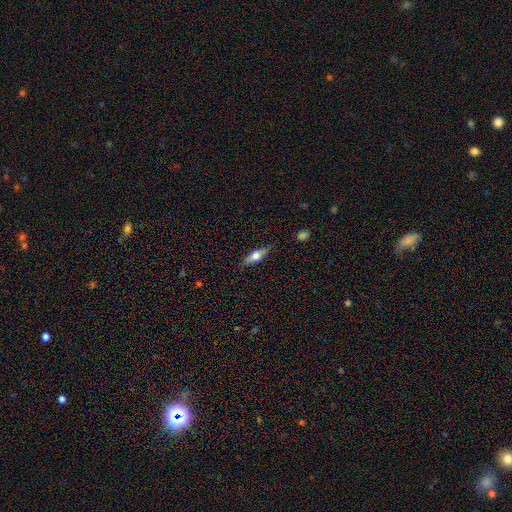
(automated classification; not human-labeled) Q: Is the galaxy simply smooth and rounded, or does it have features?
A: featured or disk — 48%.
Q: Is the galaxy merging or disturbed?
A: none — 84%.